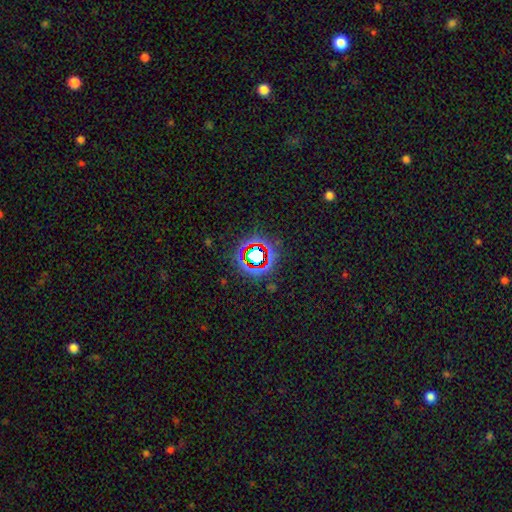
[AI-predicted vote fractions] A star or artifact, not a galaxy (68%).